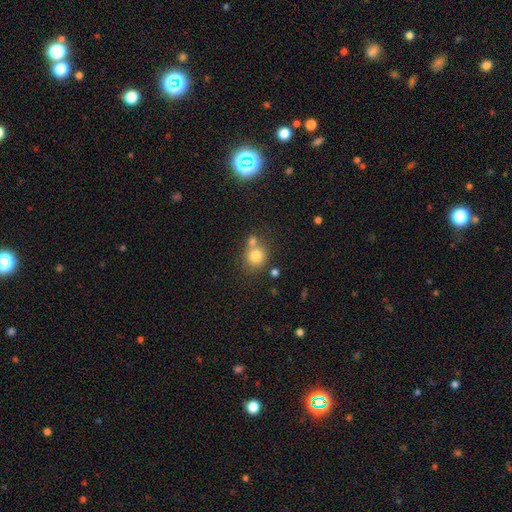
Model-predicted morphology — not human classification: Smooth or featured? Predicted: smooth (p=0.79). How rounded? Predicted: round (p=0.83). Merging? Predicted: none (p=0.52).